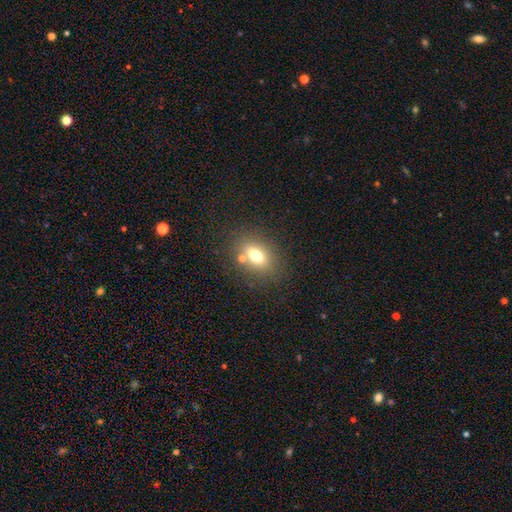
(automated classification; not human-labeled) smooth 70%, featured or disk 17%, star or artifact 13%. Down the decision tree: how rounded — in between (74%); merging — none (74%).